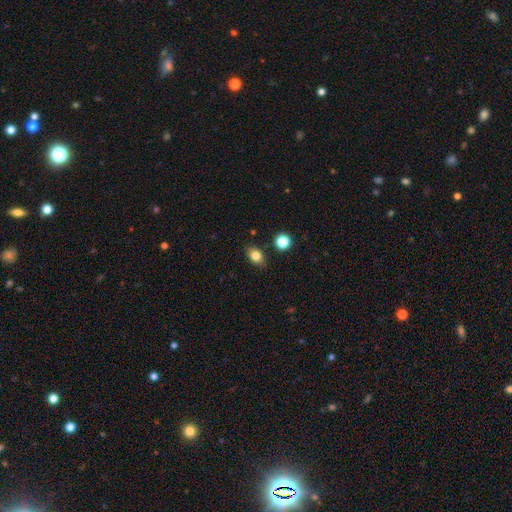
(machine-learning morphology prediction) A smooth galaxy with no disk features (81%) that is in between round and cigar-shaped (67%). Merging: none (83%).